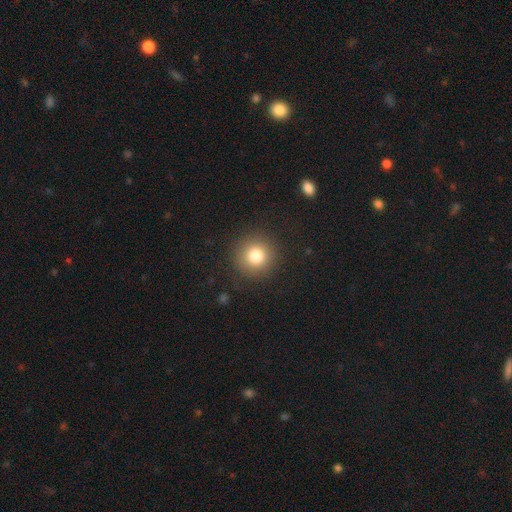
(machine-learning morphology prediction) A smooth galaxy with no disk features (79%) that is round (95%). Merging: none (89%).